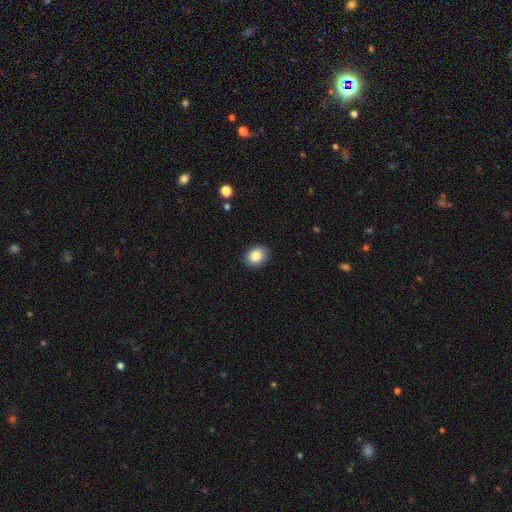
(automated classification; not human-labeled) The model was most divided on "how rounded": round: 53%, in between: 46%, cigar-shaped: 1%. More confident: merging — none (90%); smooth or featured — smooth (85%).